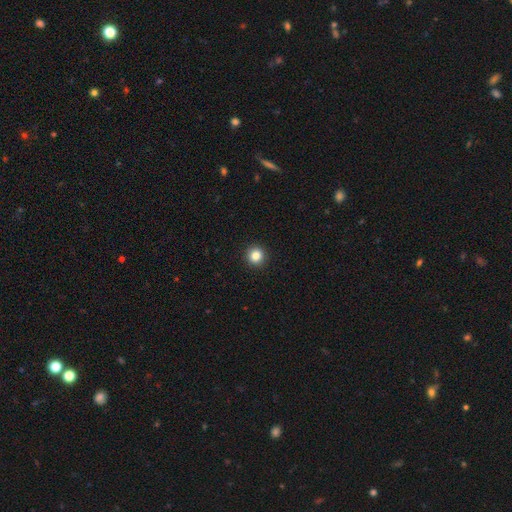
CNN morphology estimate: A smooth galaxy with no disk features (84%) that is round (95%).

Vote fractions:
- Smooth or featured? smooth: 84% / star or artifact: 11% / featured or disk: 5%
- How rounded? round: 95% / in between: 4% / cigar-shaped: 1%
- Merging? none: 94% / minor disturbance: 4% / major disturbance: 1% / merger: 1%